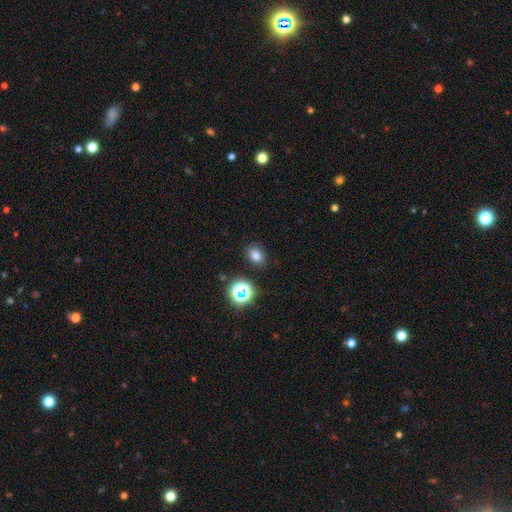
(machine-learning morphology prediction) smooth-or-featured: smooth: 74% | star or artifact: 19% | featured or disk: 7%
  how-rounded: in between: 57% | round: 42% | cigar-shaped: 1%
  merging: none: 85% | minor disturbance: 9% | major disturbance: 3% | merger: 3%